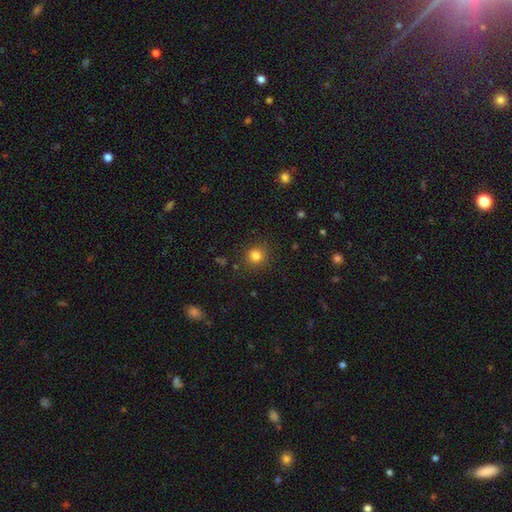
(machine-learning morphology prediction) smooth-or-featured: smooth: 82% | star or artifact: 13% | featured or disk: 5%
  how-rounded: round: 90% | in between: 9% | cigar-shaped: 1%
  merging: none: 88% | minor disturbance: 8% | major disturbance: 3% | merger: 2%